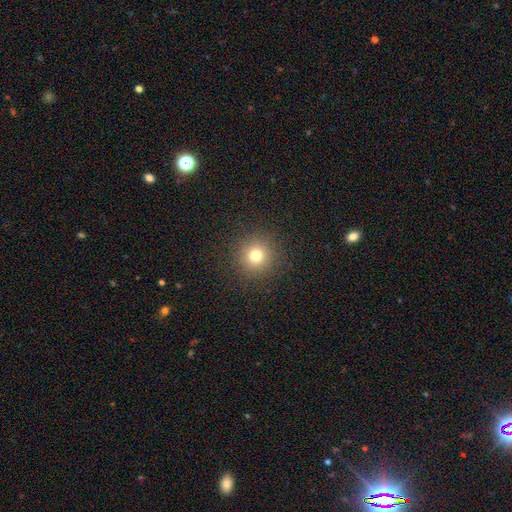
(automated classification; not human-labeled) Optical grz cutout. It shows a smooth galaxy with no disk features (76%) that is round (94%). Merging: none (91%).